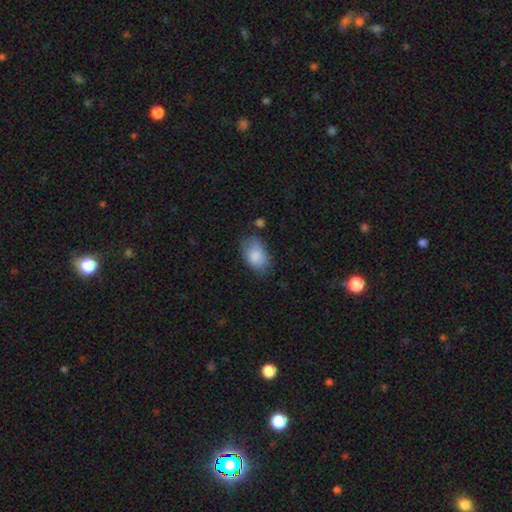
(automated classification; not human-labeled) smooth_or_featured: smooth (p=0.85) [alt: featured or disk p=0.08]
how_rounded: in between (p=0.89) [alt: round p=0.10]
merging: none (p=0.62) [alt: minor disturbance p=0.27]